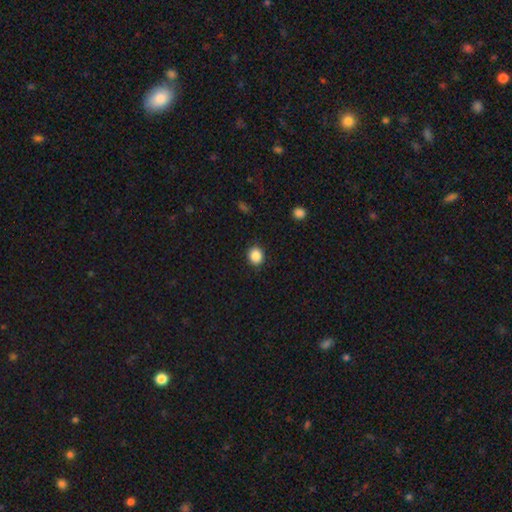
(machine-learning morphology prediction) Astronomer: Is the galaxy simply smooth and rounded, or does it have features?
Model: smooth — 87%.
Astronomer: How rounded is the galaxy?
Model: round — 73%.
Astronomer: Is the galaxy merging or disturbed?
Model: none — 89%.